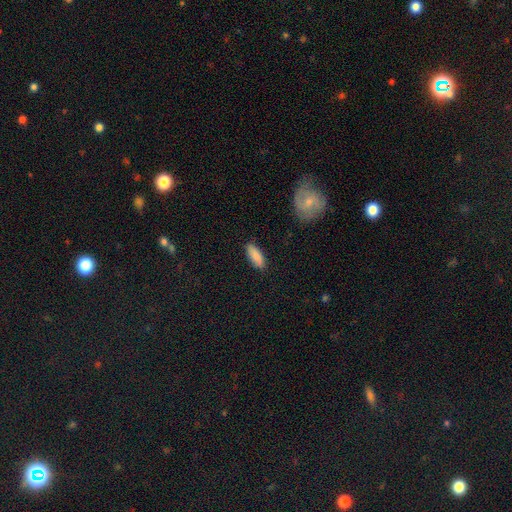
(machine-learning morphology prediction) Q: Smooth or featured?
A: smooth (86%); runner-up: featured or disk (8%)
Q: How rounded?
A: in between (74%); runner-up: cigar-shaped (24%)
Q: Merging?
A: none (85%); runner-up: minor disturbance (11%)